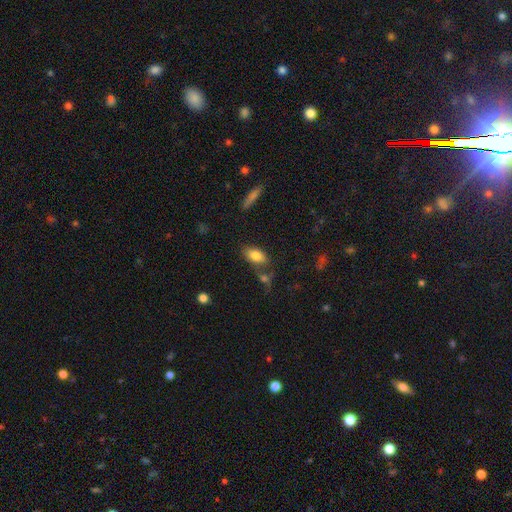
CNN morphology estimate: smooth-or-featured: smooth: 82% | featured or disk: 10% | star or artifact: 8%
  how-rounded: in between: 90% | cigar-shaped: 5% | round: 5%
  merging: none: 66% | minor disturbance: 15% | merger: 14% | major disturbance: 5%